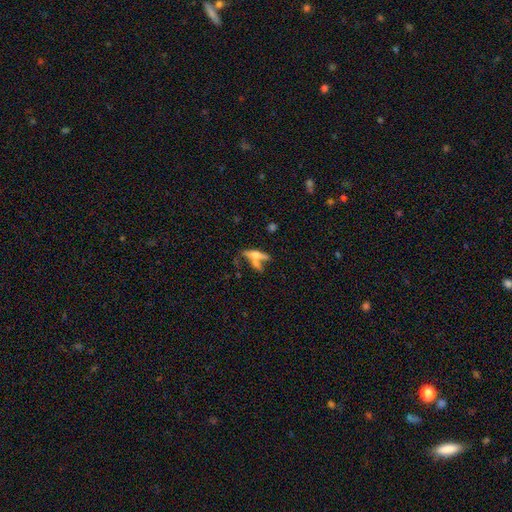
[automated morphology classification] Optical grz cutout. It shows a featured or disk galaxy (46%). Merging: none (45%).